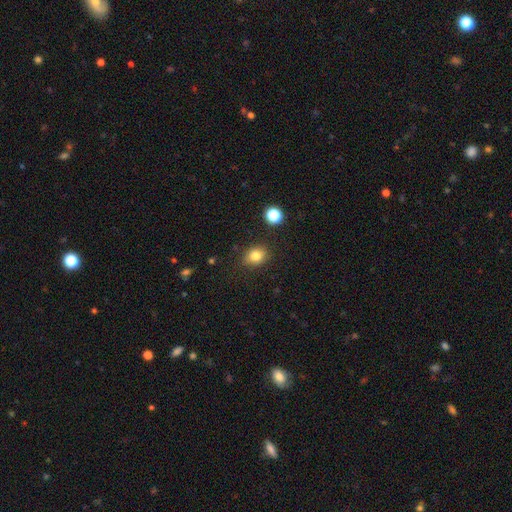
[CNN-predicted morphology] Smooth or featured: smooth — 81% (star or artifact — 12%)
How rounded: in between — 50% (round — 48%)
Merging: none — 84% (minor disturbance — 11%)